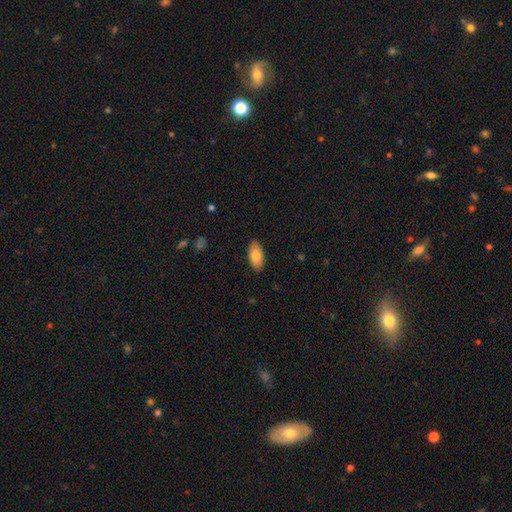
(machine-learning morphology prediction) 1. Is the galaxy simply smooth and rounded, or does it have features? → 83% smooth, 11% featured or disk, 6% star or artifact.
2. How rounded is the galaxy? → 93% in between, 4% cigar-shaped, 2% round.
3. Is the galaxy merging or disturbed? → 88% none, 9% minor disturbance, 2% major disturbance, 1% merger.